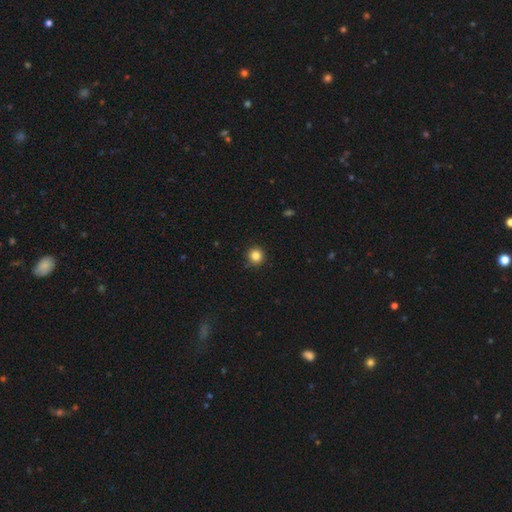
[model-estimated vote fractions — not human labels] smooth 83%, star or artifact 12%, featured or disk 5%. Down the decision tree: how rounded — round (94%); merging — none (91%).